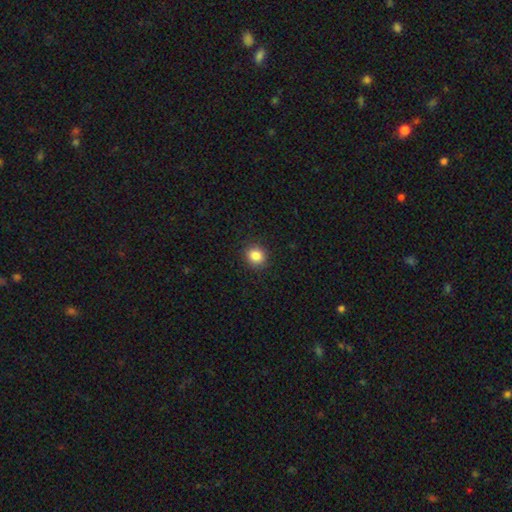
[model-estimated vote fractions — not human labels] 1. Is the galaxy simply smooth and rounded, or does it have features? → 86% smooth, 10% star or artifact, 4% featured or disk.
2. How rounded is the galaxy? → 81% round, 18% in between, 1% cigar-shaped.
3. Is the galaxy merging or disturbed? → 90% none, 7% minor disturbance, 2% major disturbance, 1% merger.